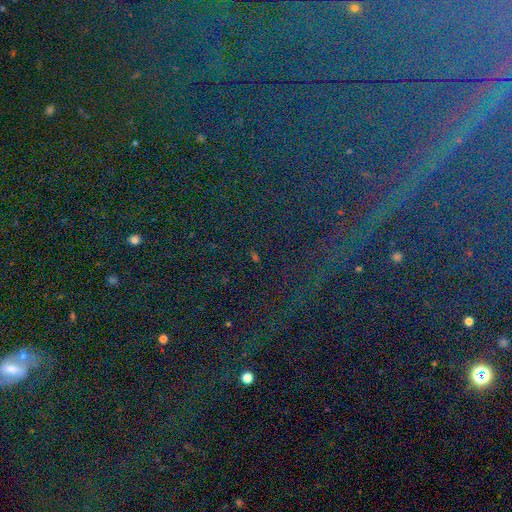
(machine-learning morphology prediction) Smooth or featured?
  - star or artifact: 84% *
  - featured or disk: 8%
  - smooth: 8%